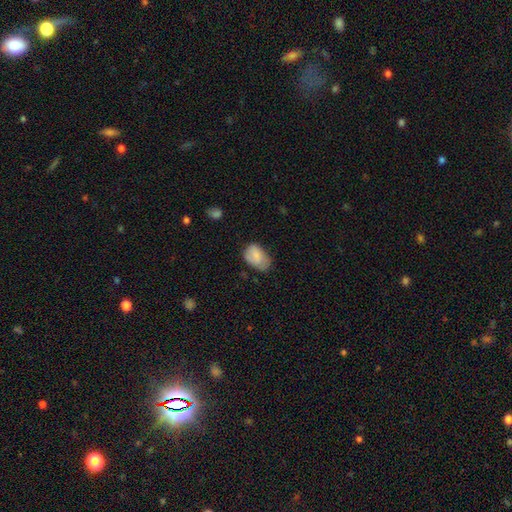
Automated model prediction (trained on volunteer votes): This appears to be a smooth galaxy with no disk features (81%) that is in between round and cigar-shaped (84%). Merging: none (46%).